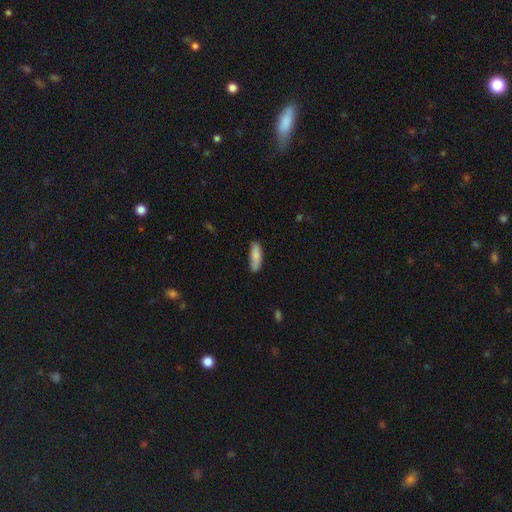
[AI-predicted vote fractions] Q: Smooth or featured?
A: smooth (82%); runner-up: featured or disk (11%)
Q: How rounded?
A: in between (53%); runner-up: cigar-shaped (45%)
Q: Merging?
A: none (70%); runner-up: minor disturbance (22%)